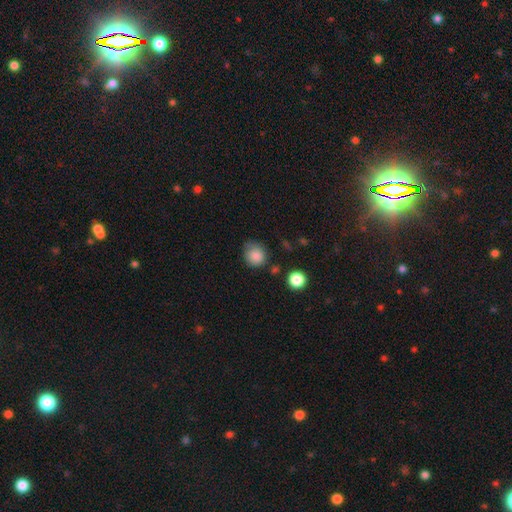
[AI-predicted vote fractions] Q: Smooth or featured?
A: smooth (85%); runner-up: star or artifact (10%)
Q: How rounded?
A: round (86%); runner-up: in between (13%)
Q: Merging?
A: none (65%); runner-up: minor disturbance (26%)